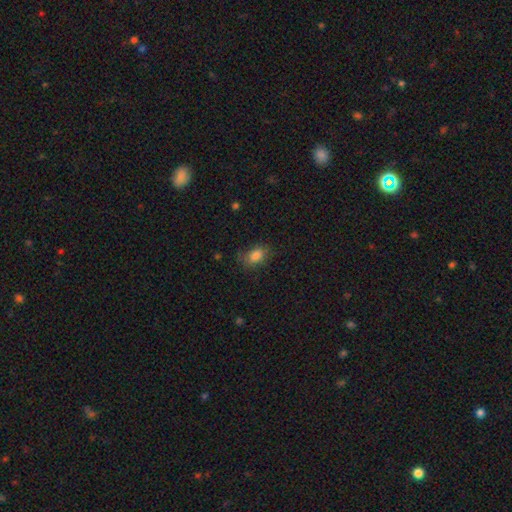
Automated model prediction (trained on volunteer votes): Smooth or featured? Predicted: smooth (p=0.83). How rounded? Predicted: in between (p=0.83). Merging? Predicted: none (p=0.73).